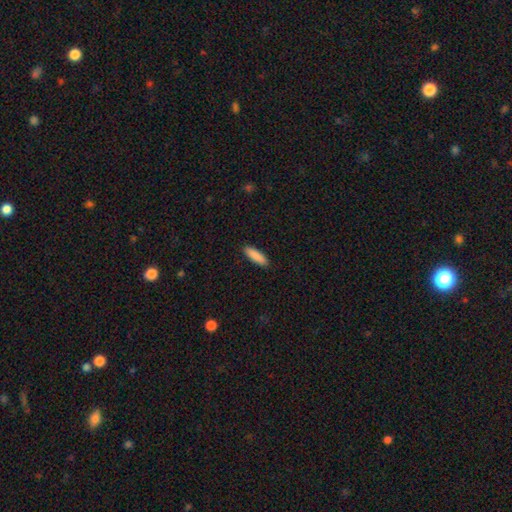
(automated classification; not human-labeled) Morphology: type=smooth (89%); roundness=cigar-shaped (56%); merging=none (91%).